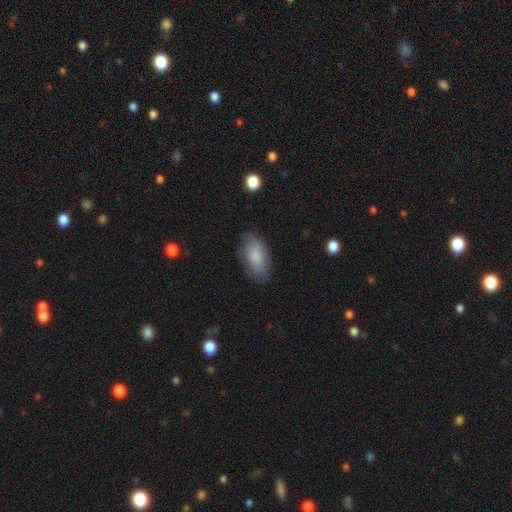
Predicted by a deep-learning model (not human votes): A smooth galaxy with no disk features (81%) that is in between round and cigar-shaped (93%). Merging: none (77%).